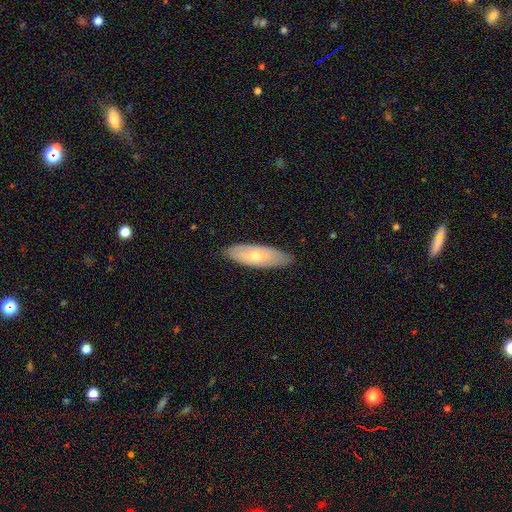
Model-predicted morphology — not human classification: Smooth or featured?
  - smooth: 55% *
  - featured or disk: 40%
  - star or artifact: 6%
How rounded?
  - in between: 64% *
  - cigar-shaped: 34%
  - round: 2%
Merging?
  - none: 82% *
  - minor disturbance: 14%
  - major disturbance: 2%
  - merger: 1%